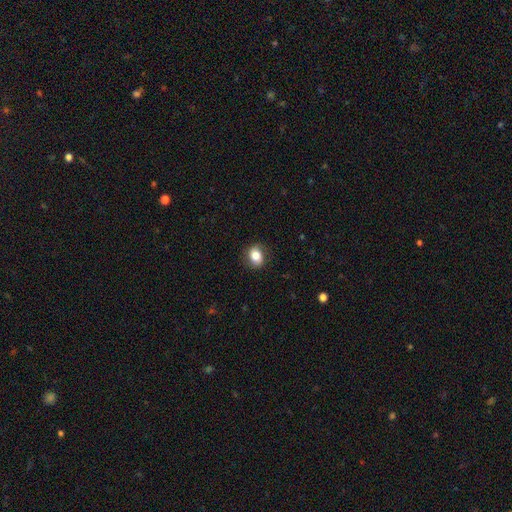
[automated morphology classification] This is clearly a smooth galaxy (83%). How rounded: possibly in between (50%). Merging: clearly none (85%).